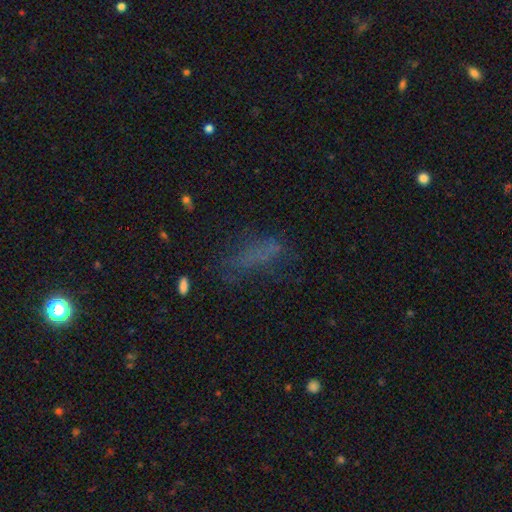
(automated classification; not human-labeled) Smooth or featured? smooth (55%)
How rounded? in between (49%)
Merging? none (53%)